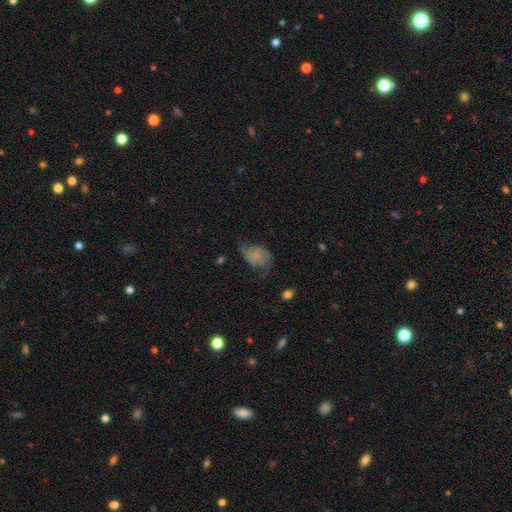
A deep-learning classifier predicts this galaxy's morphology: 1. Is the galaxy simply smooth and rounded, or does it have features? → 48% featured or disk, 43% smooth, 10% star or artifact.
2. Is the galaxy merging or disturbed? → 36% none, 32% major disturbance, 30% minor disturbance, 3% merger.